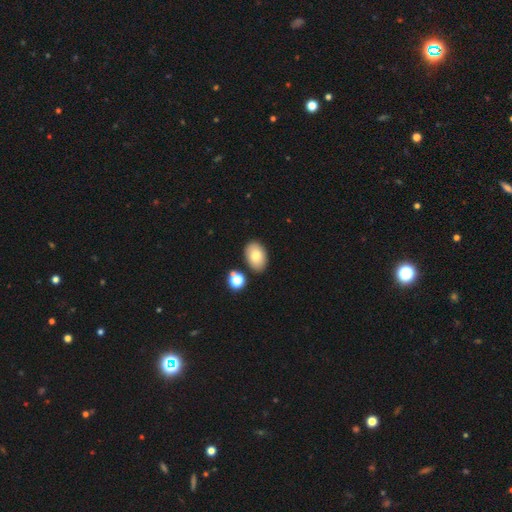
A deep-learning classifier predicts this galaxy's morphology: Smooth or featured: smooth — 79% (featured or disk — 12%)
How rounded: in between — 87% (round — 12%)
Merging: none — 82% (minor disturbance — 10%)